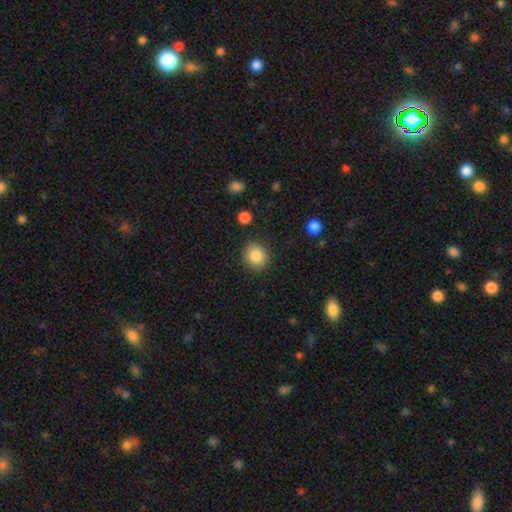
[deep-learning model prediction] This appears to be a smooth galaxy with no disk features (85%) that is round (77%). Merging: none (87%).